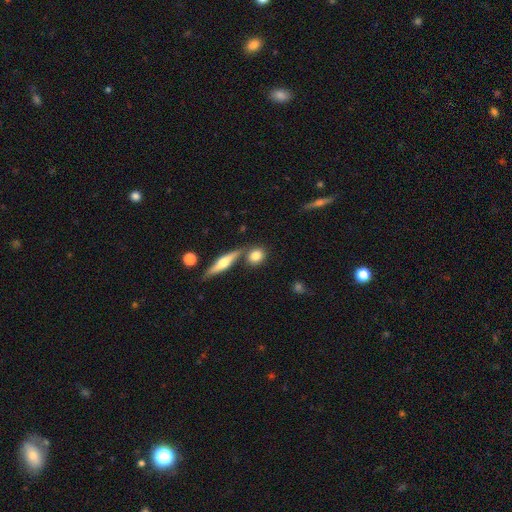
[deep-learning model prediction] Smooth or featured: smooth — 77% (featured or disk — 15%)
How rounded: round — 73% (in between — 20%)
Merging: none — 67% (merger — 19%)